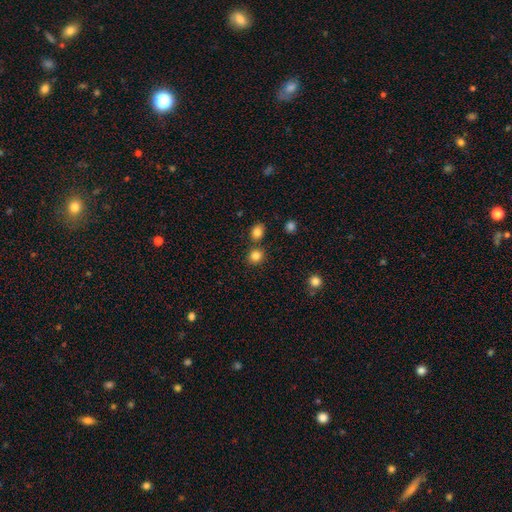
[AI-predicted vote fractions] Smooth or featured?
  - smooth: 83% *
  - star or artifact: 12%
  - featured or disk: 4%
How rounded?
  - round: 83% *
  - in between: 17%
  - cigar-shaped: 1%
Merging?
  - none: 74% *
  - merger: 15%
  - minor disturbance: 8%
  - major disturbance: 3%